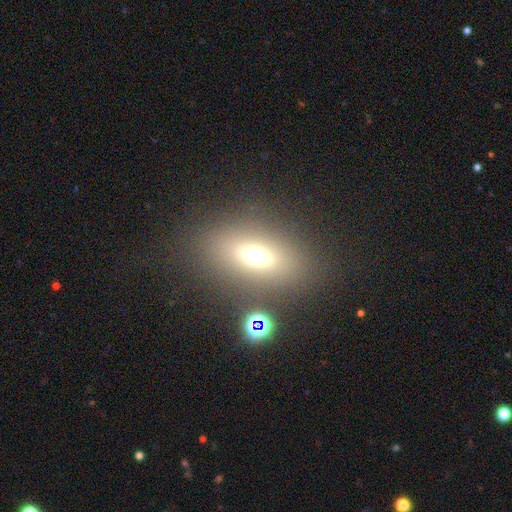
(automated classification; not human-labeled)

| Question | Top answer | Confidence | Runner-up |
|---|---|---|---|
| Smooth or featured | smooth | 61% | featured or disk (22%) |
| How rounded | in between | 76% | round (14%) |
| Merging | none | 79% | minor disturbance (10%) |